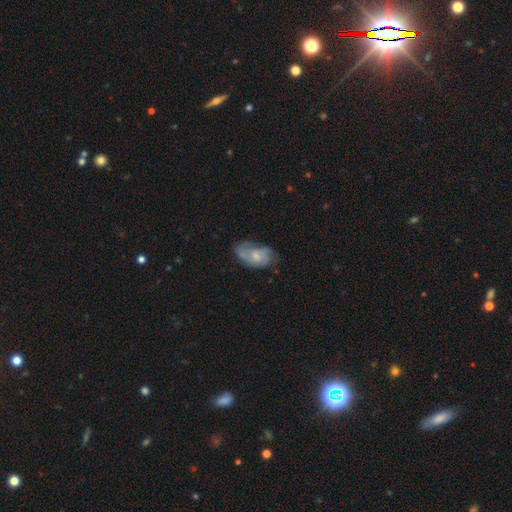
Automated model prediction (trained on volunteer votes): A featured or disk galaxy (47%). Merging: none (46%).